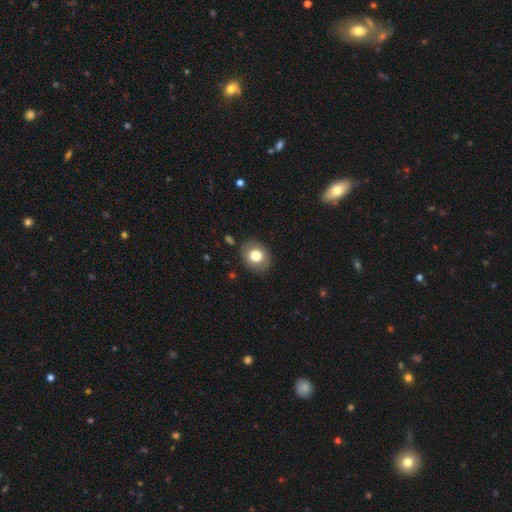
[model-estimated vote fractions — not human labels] This is likely a smooth galaxy (75%). How rounded: possibly round (55%). Merging: clearly none (86%).